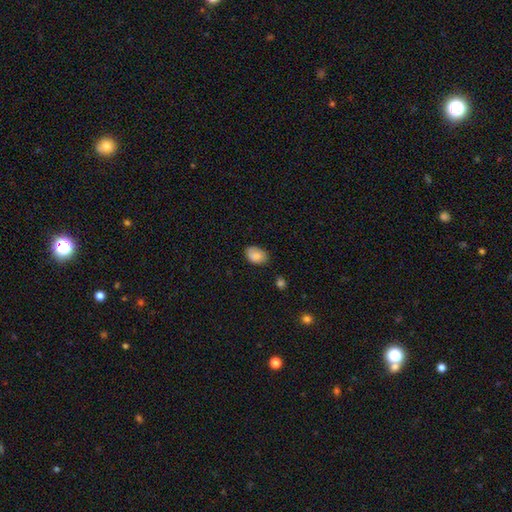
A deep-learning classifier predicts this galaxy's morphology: smooth 85%, star or artifact 8%, featured or disk 8%. Down the decision tree: how rounded — in between (84%); merging — none (73%).